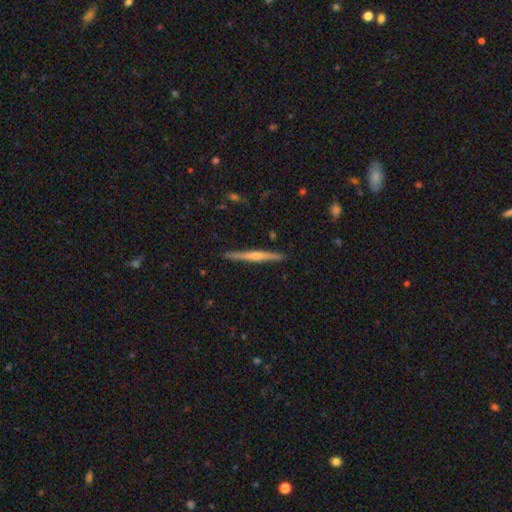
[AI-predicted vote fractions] This is likely a featured or disk galaxy (65%). It is clearly viewed edge-on (98%). Edge-on bulge: likely rounded (65%). Merging: clearly none (90%).